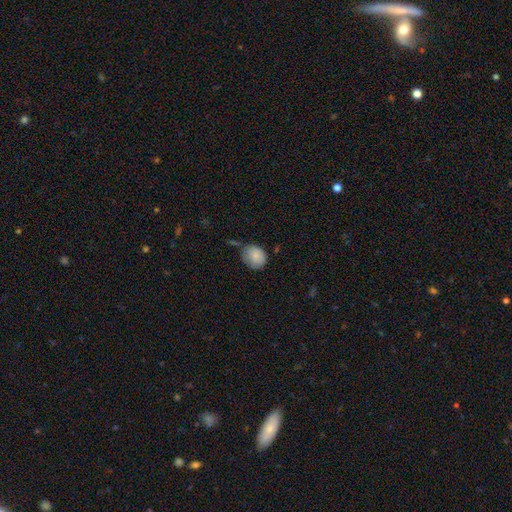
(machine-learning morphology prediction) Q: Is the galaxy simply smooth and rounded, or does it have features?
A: smooth — 85%.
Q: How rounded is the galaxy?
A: round — 67%.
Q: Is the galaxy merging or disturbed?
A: none — 58%.